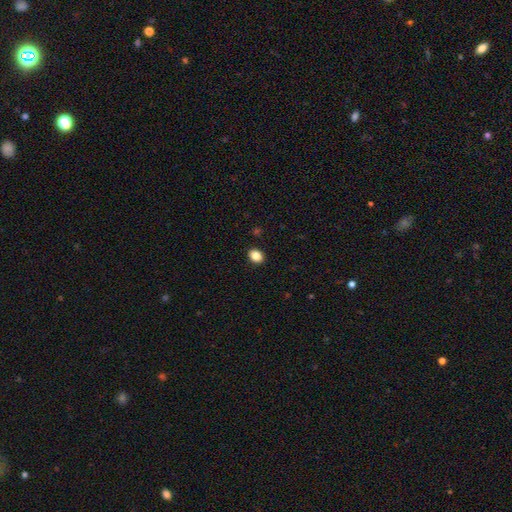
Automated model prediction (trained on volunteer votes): Smooth or featured: smooth — 86% (star or artifact — 10%)
How rounded: in between — 53% (round — 46%)
Merging: none — 91% (minor disturbance — 6%)